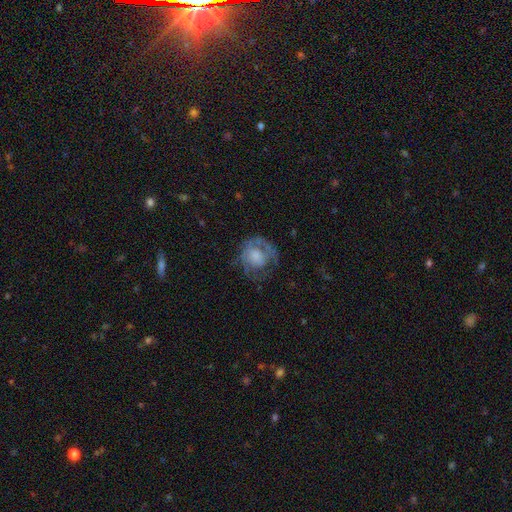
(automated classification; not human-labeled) Smooth or featured? featured or disk (52%)
Edge-on disk? no (97%)
Bar? no (83%)
Spiral arms? yes (56%)
Bulge size? moderate (33%)
Merging? none (53%)